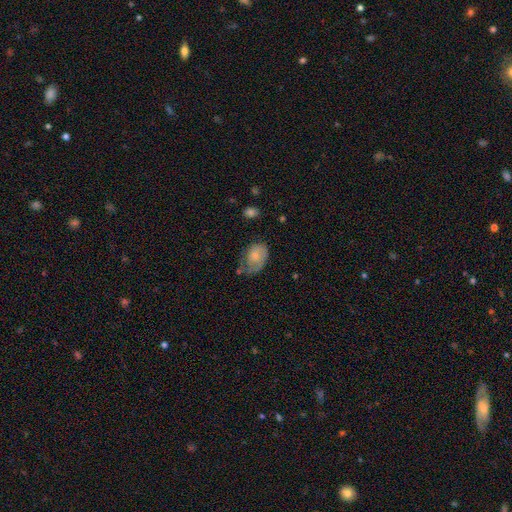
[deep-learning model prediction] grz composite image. It shows a smooth galaxy with no disk features (63%) that is in between round and cigar-shaped (79%). Merging: none (36%).